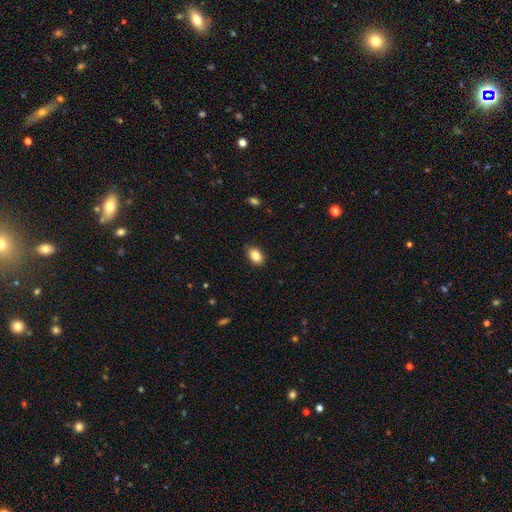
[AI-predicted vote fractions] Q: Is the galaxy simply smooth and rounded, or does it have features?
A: smooth — 84%.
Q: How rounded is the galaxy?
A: in between — 89%.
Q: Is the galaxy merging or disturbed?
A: none — 86%.